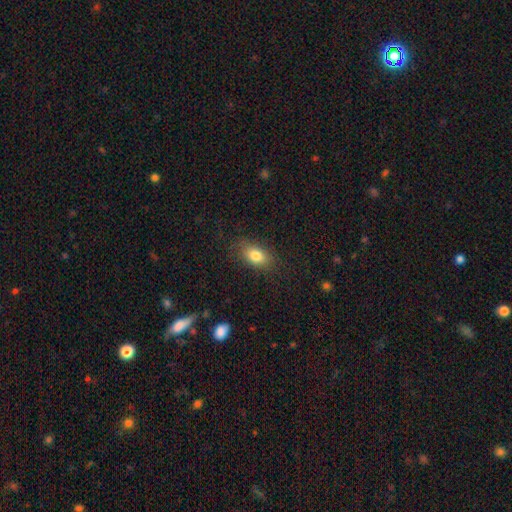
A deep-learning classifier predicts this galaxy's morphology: Overall: smooth (81%). How rounded: in between (84%). Merging: none (81%).